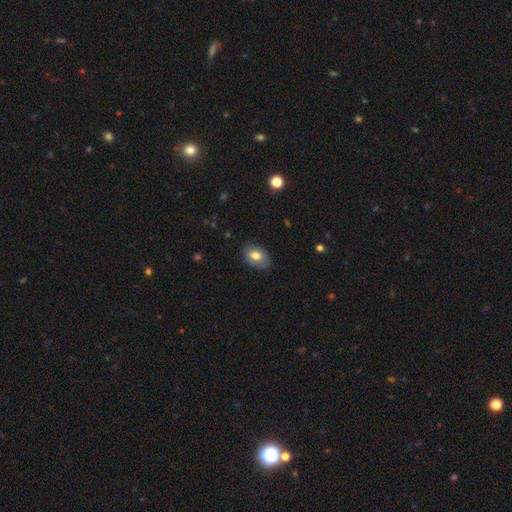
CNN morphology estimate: Overall: smooth (78%). How rounded: in between (82%). Merging: none (80%).